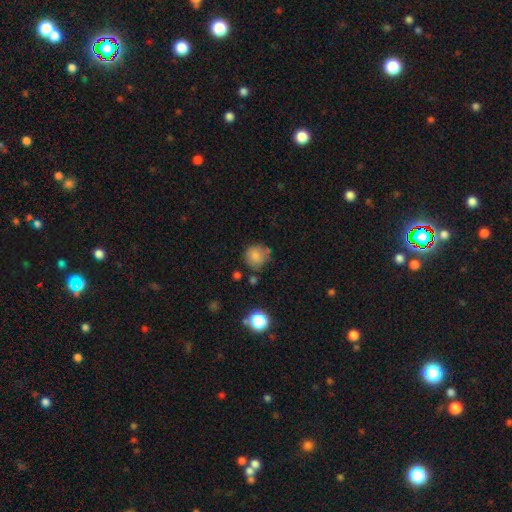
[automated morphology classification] A smooth galaxy with no disk features (81%) that is round (89%). Merging: none (71%).